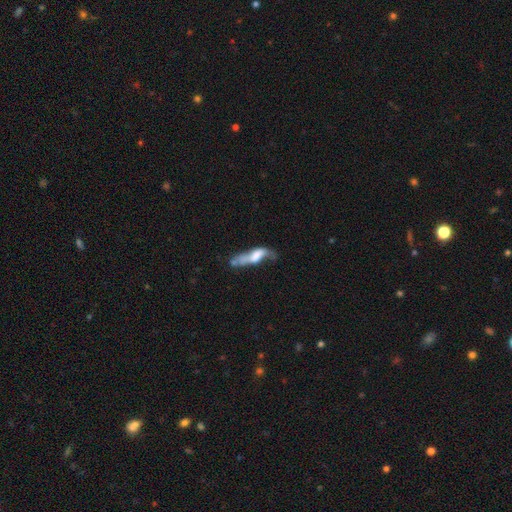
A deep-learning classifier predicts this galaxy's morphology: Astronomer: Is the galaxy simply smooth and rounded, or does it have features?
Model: smooth — 47% (runner-up: featured or disk, 44%).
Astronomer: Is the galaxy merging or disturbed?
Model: major disturbance — 28%, tied with merger at 28%.